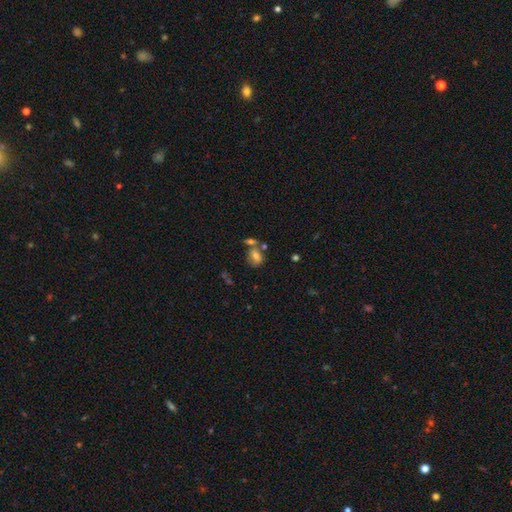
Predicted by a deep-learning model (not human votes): smooth 71%, featured or disk 16%, star or artifact 12%. Down the decision tree: how rounded — in between (67%); merging — none (50%).